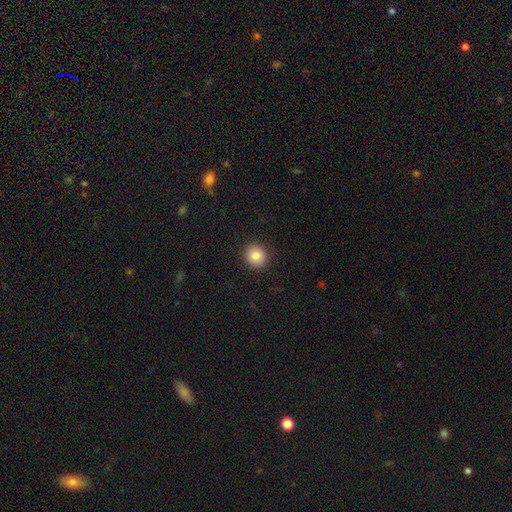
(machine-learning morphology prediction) Smooth or featured: smooth — 85% (star or artifact — 9%)
How rounded: round — 86% (in between — 14%)
Merging: none — 91% (minor disturbance — 6%)